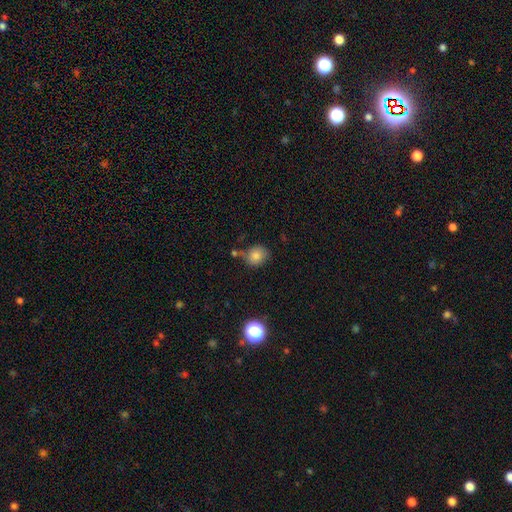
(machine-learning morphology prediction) Smooth or featured? smooth (80%)
How rounded? round (74%)
Merging? none (63%)